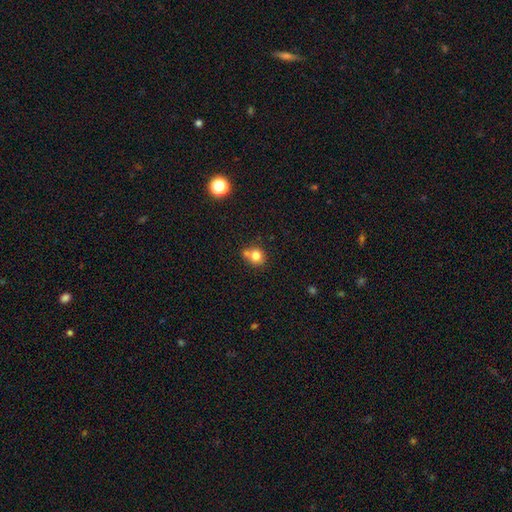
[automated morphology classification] A smooth galaxy with no disk features (79%) that is round (82%).

Vote fractions:
- Smooth or featured? smooth: 79% / star or artifact: 12% / featured or disk: 9%
- How rounded? round: 82% / in between: 17% / cigar-shaped: 1%
- Merging? none: 54% / merger: 29% / minor disturbance: 13% / major disturbance: 4%